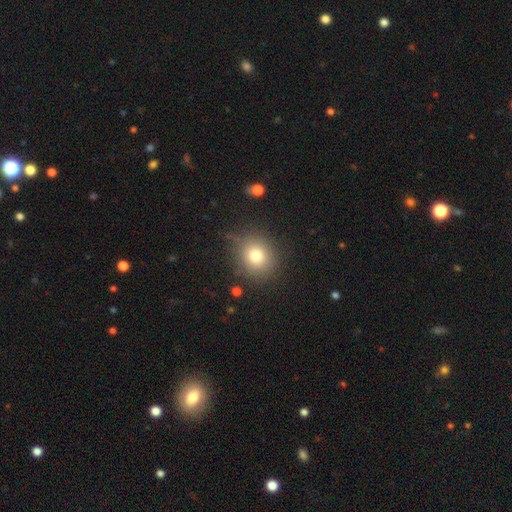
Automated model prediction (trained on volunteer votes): Smooth or featured?
  - smooth: 78% *
  - star or artifact: 13%
  - featured or disk: 10%
How rounded?
  - round: 82% *
  - in between: 17%
  - cigar-shaped: 1%
Merging?
  - none: 82% *
  - minor disturbance: 12%
  - major disturbance: 4%
  - merger: 2%